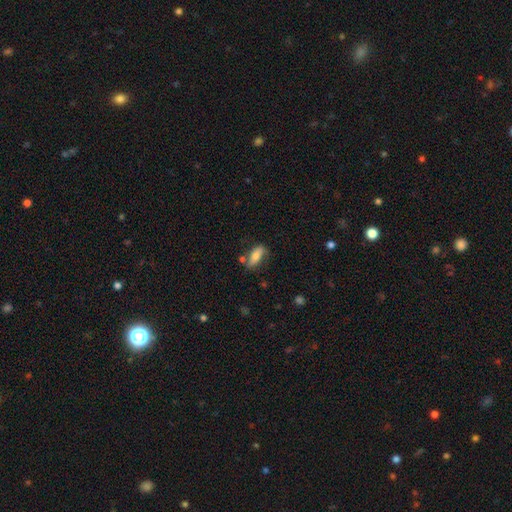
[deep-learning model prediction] Smooth or featured: smooth — 69% (featured or disk — 24%)
How rounded: in between — 79% (cigar-shaped — 18%)
Merging: none — 64% (minor disturbance — 21%)